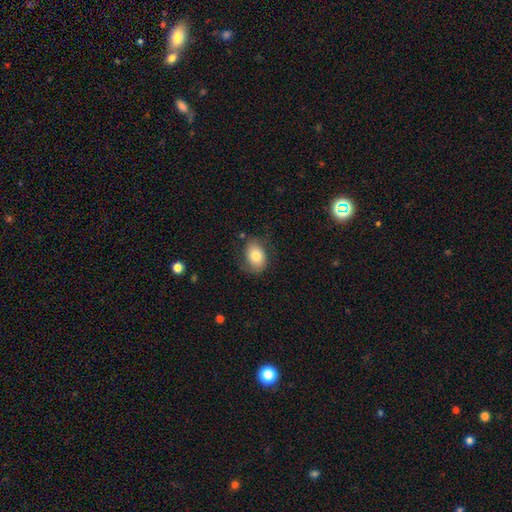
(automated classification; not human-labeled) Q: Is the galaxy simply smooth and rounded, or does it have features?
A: smooth — 76%.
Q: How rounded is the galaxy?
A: in between — 76%.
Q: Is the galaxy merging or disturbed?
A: none — 71%.